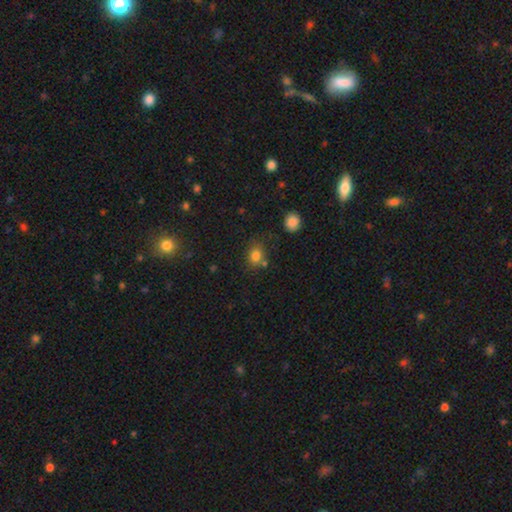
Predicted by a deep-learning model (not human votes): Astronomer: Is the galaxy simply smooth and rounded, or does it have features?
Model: smooth — 80%.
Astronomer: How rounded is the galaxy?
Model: round — 59% (runner-up: in between, 40%).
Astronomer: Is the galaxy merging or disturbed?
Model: none — 71%.